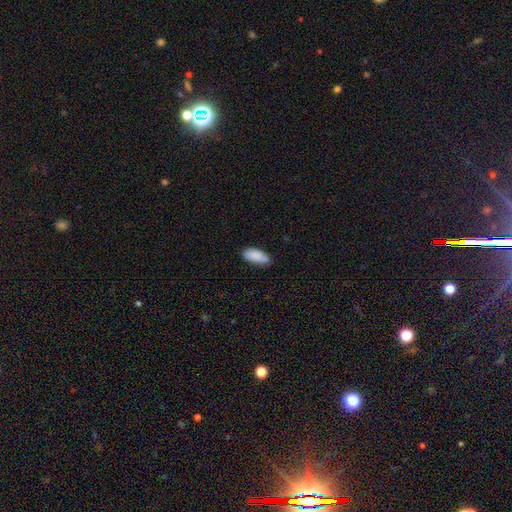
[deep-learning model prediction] smooth_or_featured: smooth (p=0.88) [alt: star or artifact p=0.06]
how_rounded: in between (p=0.86) [alt: cigar-shaped p=0.12]
merging: none (p=0.77) [alt: minor disturbance p=0.19]